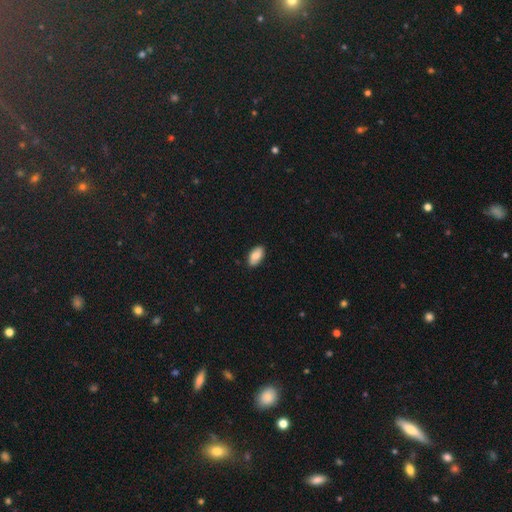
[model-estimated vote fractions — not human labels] This is clearly a smooth galaxy (80%). How rounded: clearly in between (94%). Merging: clearly none (87%).